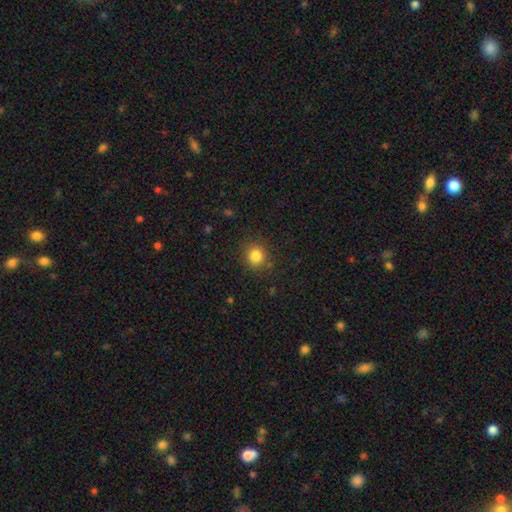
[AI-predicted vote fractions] This is clearly a smooth galaxy (83%). How rounded: clearly round (88%). Merging: clearly none (86%).